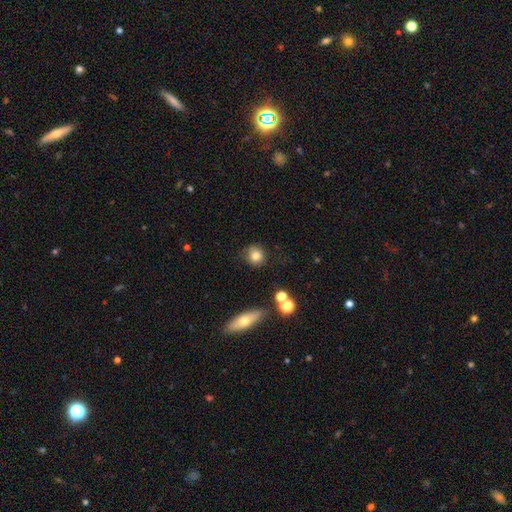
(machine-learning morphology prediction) This is likely a smooth galaxy (79%). How rounded: clearly round (86%). Merging: clearly none (81%).